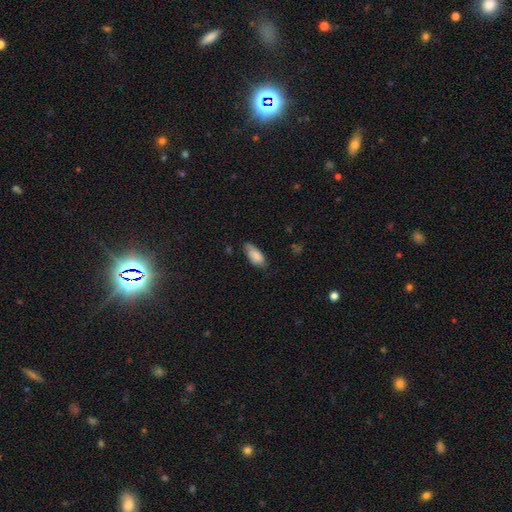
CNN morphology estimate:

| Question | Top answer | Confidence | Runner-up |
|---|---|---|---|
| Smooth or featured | smooth | 84% | featured or disk (10%) |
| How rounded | in between | 87% | cigar-shaped (11%) |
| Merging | none | 61% | minor disturbance (31%) |